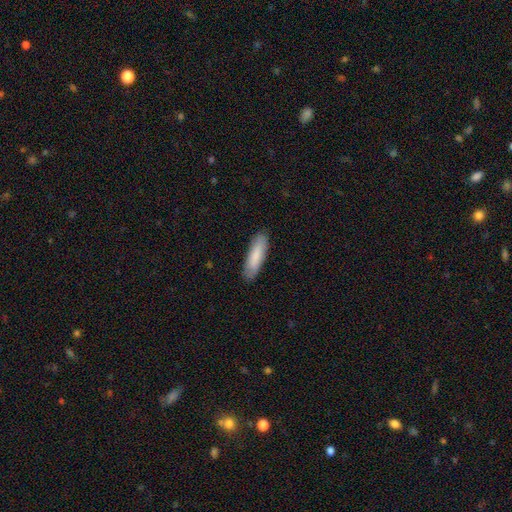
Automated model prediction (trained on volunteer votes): smooth-or-featured: smooth: 83% | featured or disk: 12% | star or artifact: 5%
  how-rounded: cigar-shaped: 65% | in between: 34% | round: 1%
  merging: none: 87% | minor disturbance: 10% | major disturbance: 2% | merger: 1%